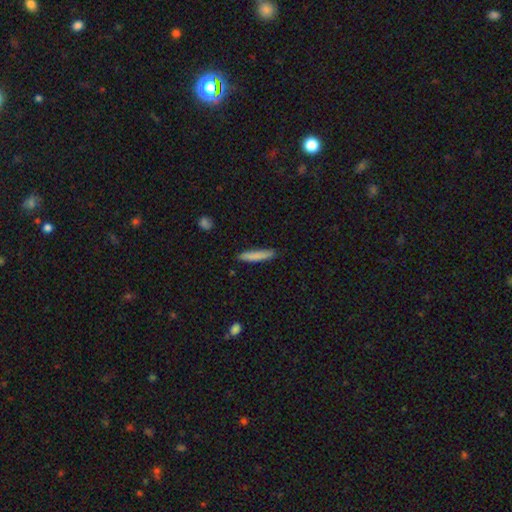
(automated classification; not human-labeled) This appears to be a smooth galaxy with no disk features (82%) that is cigar-shaped (89%). Merging: none (83%).